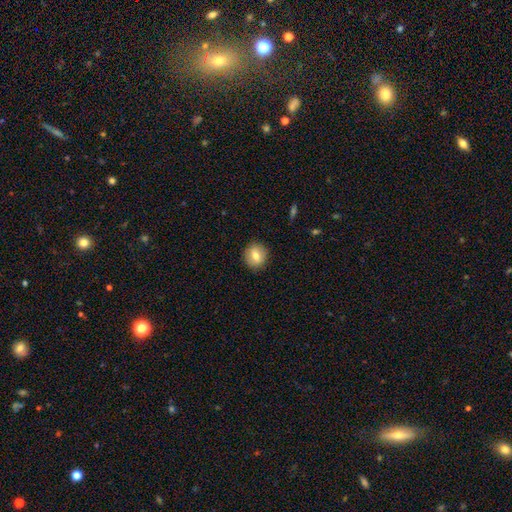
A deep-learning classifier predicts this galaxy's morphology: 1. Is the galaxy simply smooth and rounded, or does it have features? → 75% smooth, 17% featured or disk, 8% star or artifact.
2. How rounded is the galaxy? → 82% round, 17% in between, 1% cigar-shaped.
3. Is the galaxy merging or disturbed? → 89% none, 8% minor disturbance, 2% major disturbance, 1% merger.